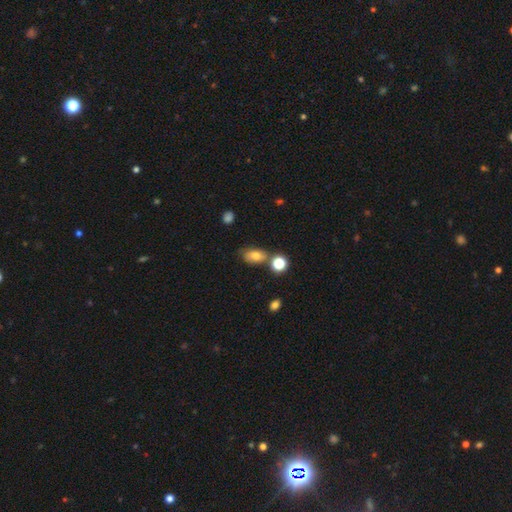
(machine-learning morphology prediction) A smooth galaxy with no disk features (77%) that is in between round and cigar-shaped (83%).

Vote fractions:
- Smooth or featured? smooth: 77% / star or artifact: 12% / featured or disk: 11%
- How rounded? in between: 83% / round: 15% / cigar-shaped: 3%
- Merging? none: 61% / minor disturbance: 17% / merger: 16% / major disturbance: 5%